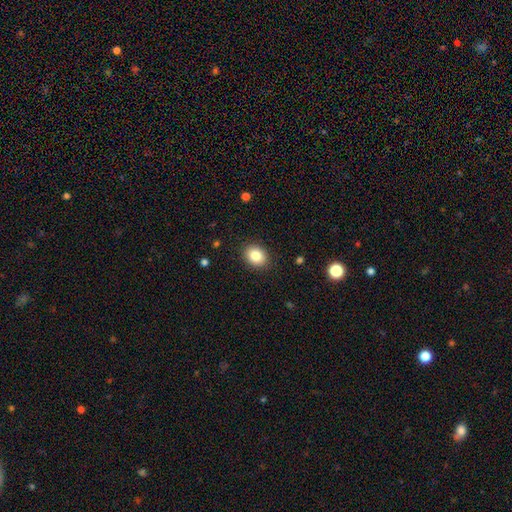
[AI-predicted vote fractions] The model was most divided on "how rounded": in between: 51%, round: 48%, cigar-shaped: 1%. More confident: merging — none (88%); smooth or featured — smooth (85%).